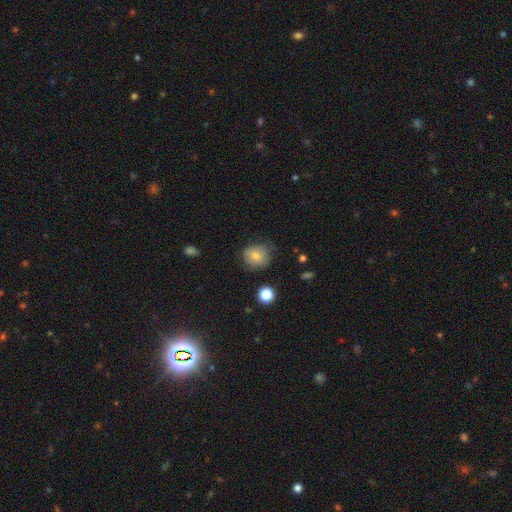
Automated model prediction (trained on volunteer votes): Smooth or featured: smooth — 70% (featured or disk — 18%)
How rounded: round — 81% (in between — 18%)
Merging: none — 71% (minor disturbance — 21%)